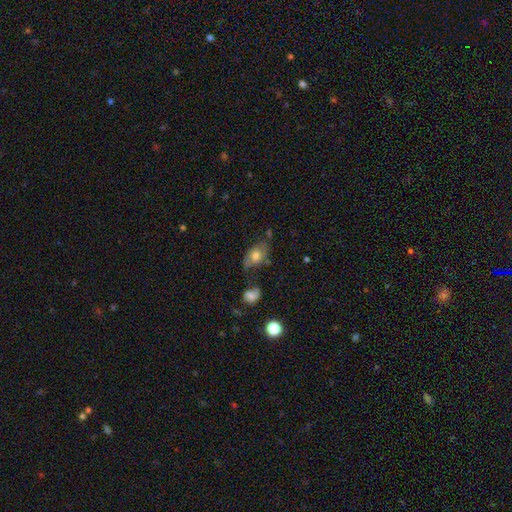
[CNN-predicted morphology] A smooth galaxy with no disk features (60%) that is in between round and cigar-shaped (84%).

Vote fractions:
- Smooth or featured? smooth: 60% / featured or disk: 31% / star or artifact: 9%
- How rounded? in between: 84% / round: 14% / cigar-shaped: 2%
- Merging? none: 52% / minor disturbance: 28% / major disturbance: 12% / merger: 8%